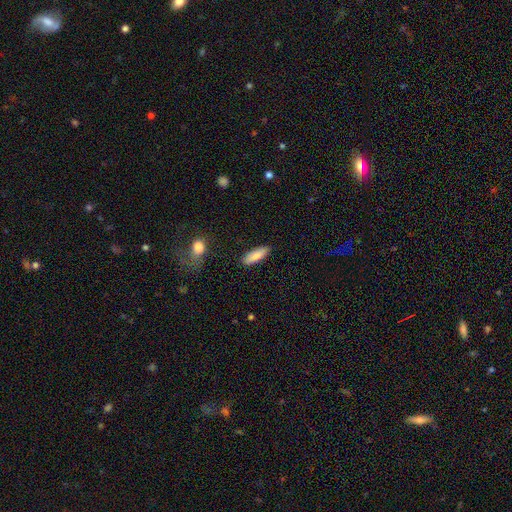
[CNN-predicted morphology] smooth-or-featured: smooth: 85% | featured or disk: 9% | star or artifact: 6%
  how-rounded: in between: 53% | cigar-shaped: 45% | round: 2%
  merging: none: 86% | minor disturbance: 9% | major disturbance: 2% | merger: 2%